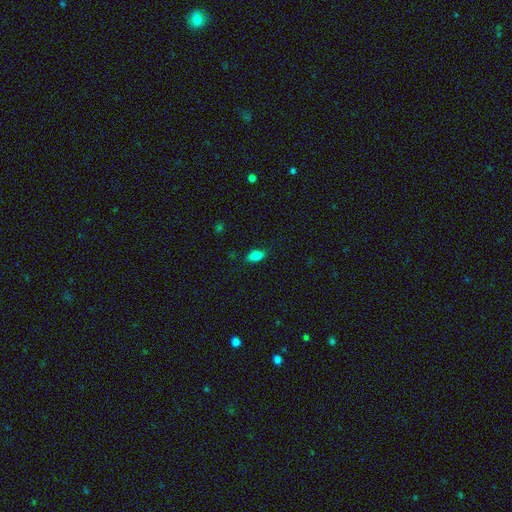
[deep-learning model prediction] Smooth or featured: smooth — 82% (star or artifact — 9%)
How rounded: in between — 87% (round — 7%)
Merging: none — 82% (minor disturbance — 14%)